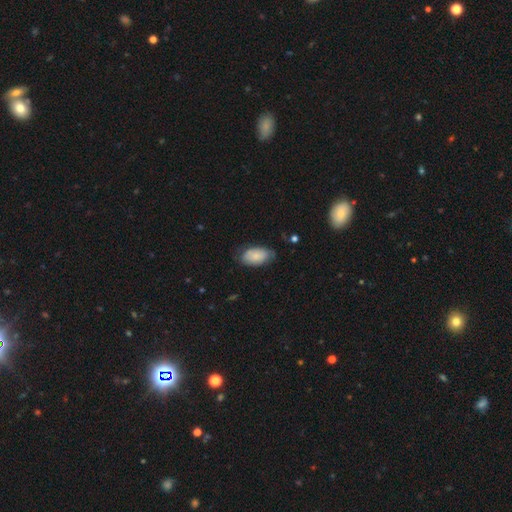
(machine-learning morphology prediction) The model was most divided on "merging": none: 64%, minor disturbance: 28%, major disturbance: 6%, merger: 2%. More confident: how rounded — in between (94%); smooth or featured — smooth (74%).